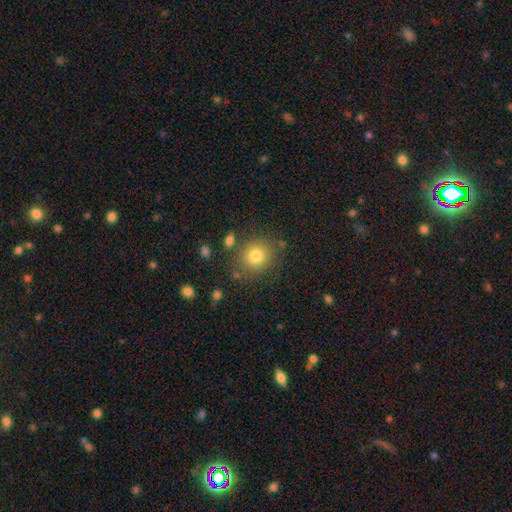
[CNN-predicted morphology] type=smooth (79%); roundness=round (82%); merging=none (80%).